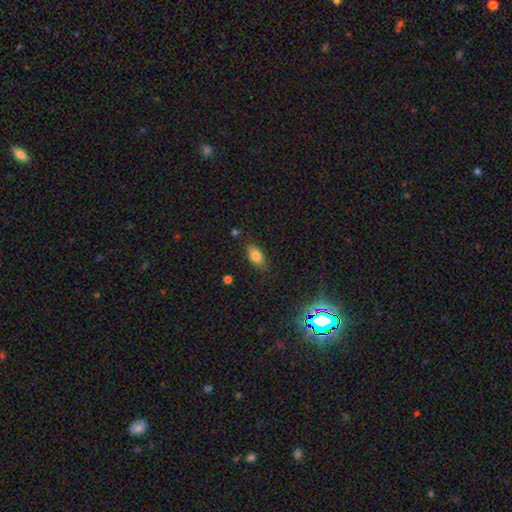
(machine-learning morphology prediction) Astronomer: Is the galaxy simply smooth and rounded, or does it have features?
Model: smooth — 80%.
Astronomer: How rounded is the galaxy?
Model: in between — 88%.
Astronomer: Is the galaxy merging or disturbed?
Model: none — 82%.